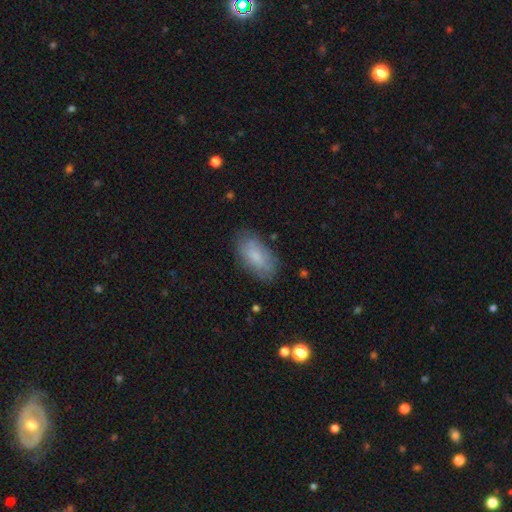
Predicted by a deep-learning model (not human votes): Morphology: type=smooth (74%); roundness=in between (93%); merging=none (78%).